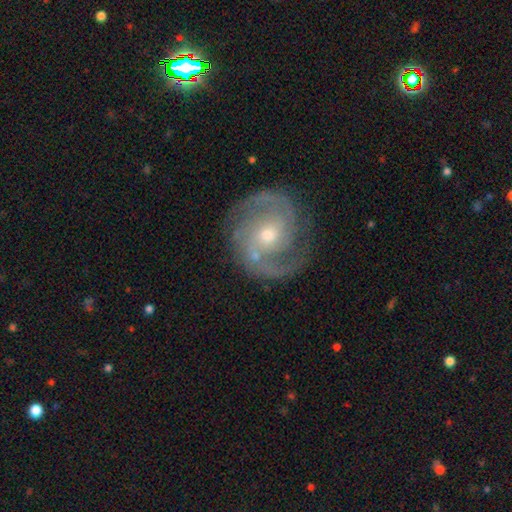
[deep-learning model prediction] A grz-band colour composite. It shows a featured or disk galaxy (88%) with no bar (54%), 2 (82%) medium (47%) spiral arms (98%) and a moderate central bulge (51%). Merging: none (81%).